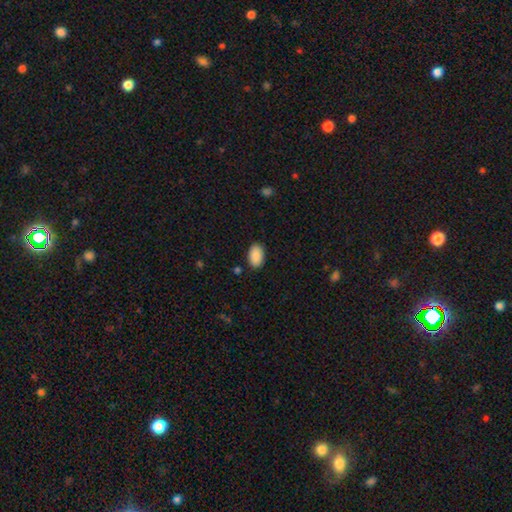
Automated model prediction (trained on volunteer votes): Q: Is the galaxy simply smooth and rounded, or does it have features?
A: smooth — 90%.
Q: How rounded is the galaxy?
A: in between — 92%.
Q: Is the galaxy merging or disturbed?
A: none — 87%.